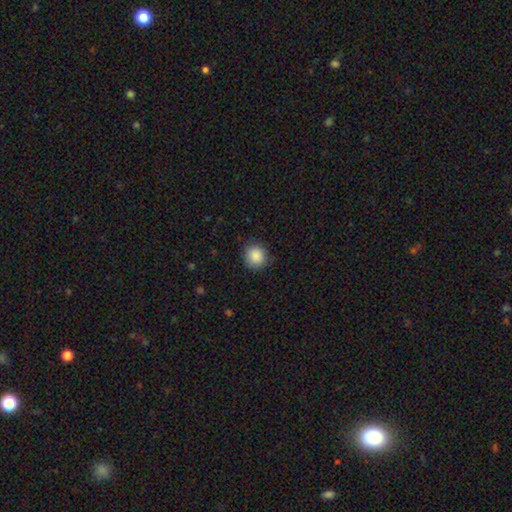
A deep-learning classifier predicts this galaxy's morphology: Q: Smooth or featured?
A: smooth (88%); runner-up: star or artifact (8%)
Q: How rounded?
A: round (90%); runner-up: in between (9%)
Q: Merging?
A: none (84%); runner-up: minor disturbance (12%)